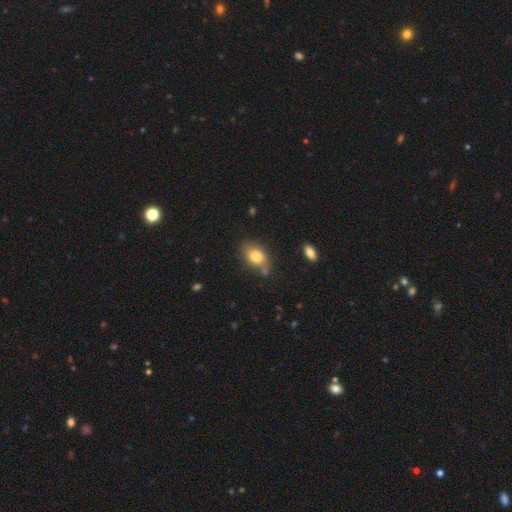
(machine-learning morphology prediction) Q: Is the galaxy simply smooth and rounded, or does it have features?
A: smooth — 79%.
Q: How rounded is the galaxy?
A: in between — 83%.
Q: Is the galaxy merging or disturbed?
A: none — 67%.